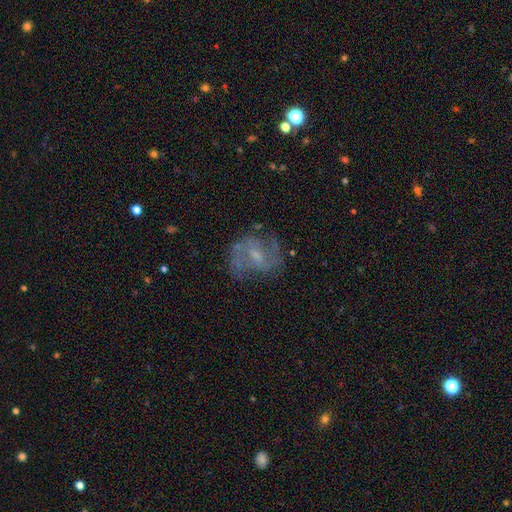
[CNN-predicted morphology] A featured or disk galaxy (73%) with a weak bar (51%), 2 (74%) medium (50%) spiral arms (85%) and a small central bulge (55%). Merging: none (66%).